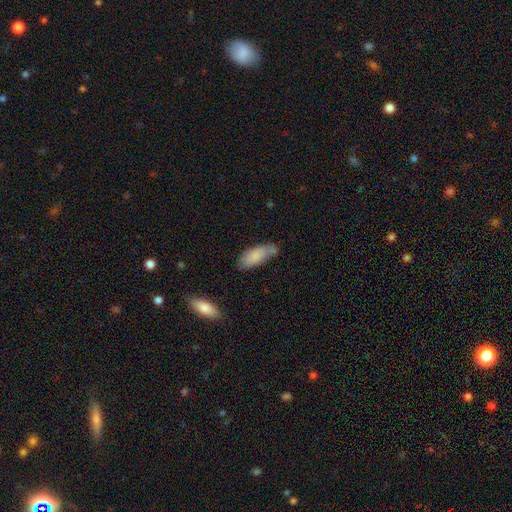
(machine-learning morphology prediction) This is clearly a smooth galaxy (82%). How rounded: likely in between (77%). Merging: possibly none (57%).